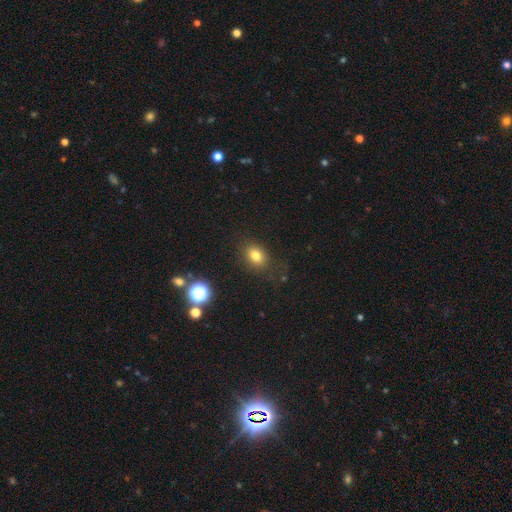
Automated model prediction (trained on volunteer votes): Morphology: type=smooth (77%); roundness=in between (57%); merging=none (81%).